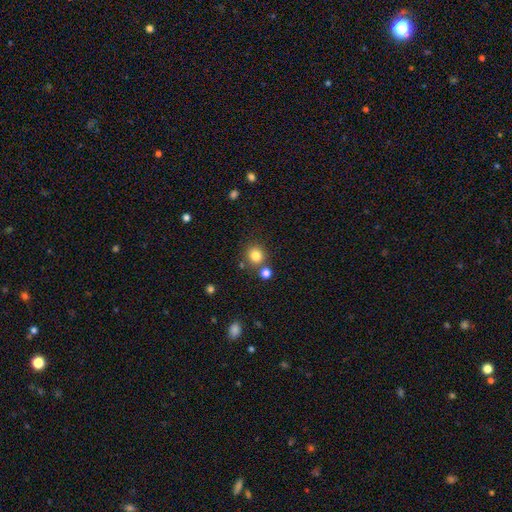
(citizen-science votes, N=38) smooth-or-featured: smooth: 92% | star or artifact: 8% | featured or disk: 0%
  how-rounded: round: 86% | in between: 11% | cigar-shaped: 3%
  merging: none: 89% | merger: 6% | minor disturbance: 3% | major disturbance: 3%